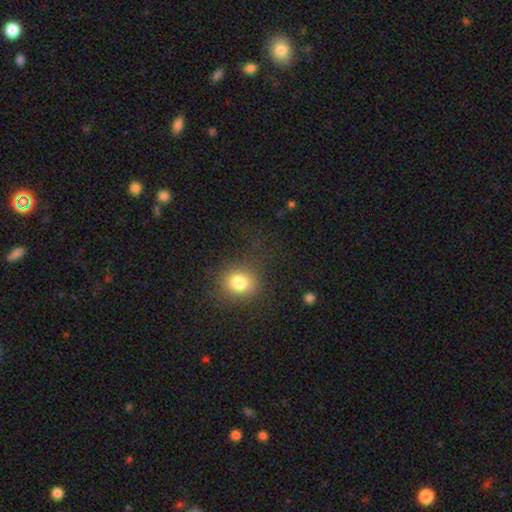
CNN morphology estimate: Smooth or featured: smooth — 67% (star or artifact — 26%)
How rounded: round — 83% (in between — 15%)
Merging: none — 83% (minor disturbance — 12%)